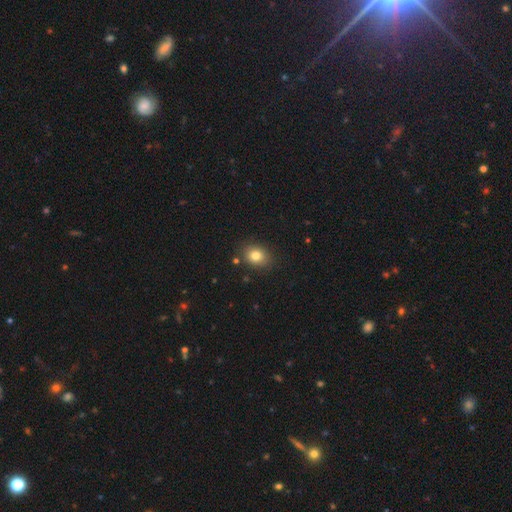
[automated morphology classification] Smooth or featured? Predicted: smooth (p=0.81). How rounded? Predicted: round (p=0.51). Merging? Predicted: none (p=0.85).